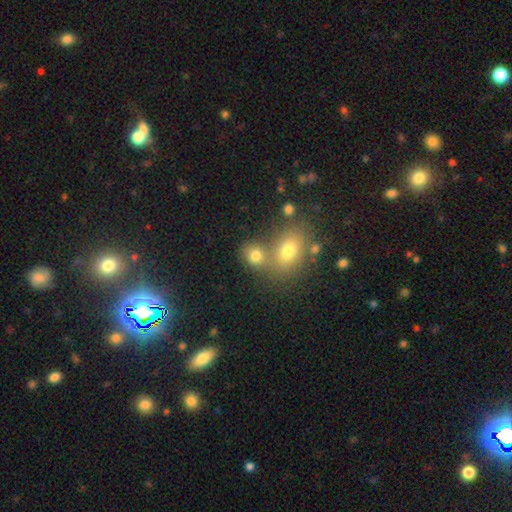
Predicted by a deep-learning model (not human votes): Smooth or featured: smooth — 75% (star or artifact — 15%)
How rounded: round — 58% (in between — 40%)
Merging: none — 48% (merger — 40%)